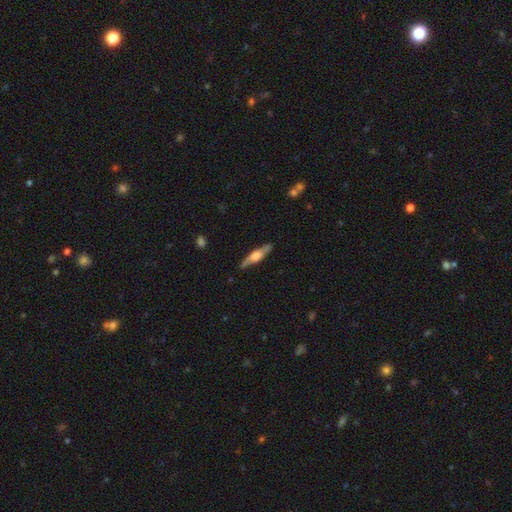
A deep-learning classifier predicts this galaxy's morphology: Smooth or featured? featured or disk (61%)
Edge-on disk? yes (86%)
Edge-on bulge? rounded (80%)
Merging? none (83%)